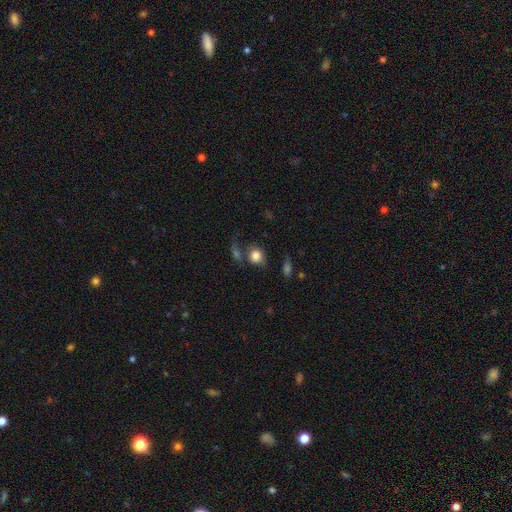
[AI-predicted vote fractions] Overall: smooth (80%). How rounded: round (68%; in between 31%). Merging: none (56%; minor disturbance 18%).